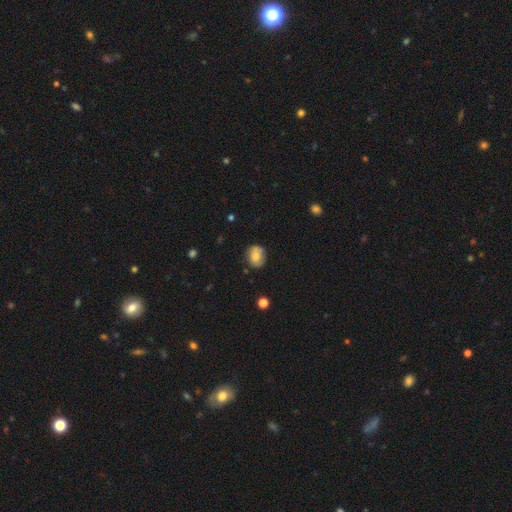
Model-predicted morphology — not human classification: smooth_or_featured: smooth (p=0.69) [alt: featured or disk p=0.22]
how_rounded: round (p=0.58) [alt: in between p=0.41]
merging: none (p=0.71) [alt: minor disturbance p=0.20]